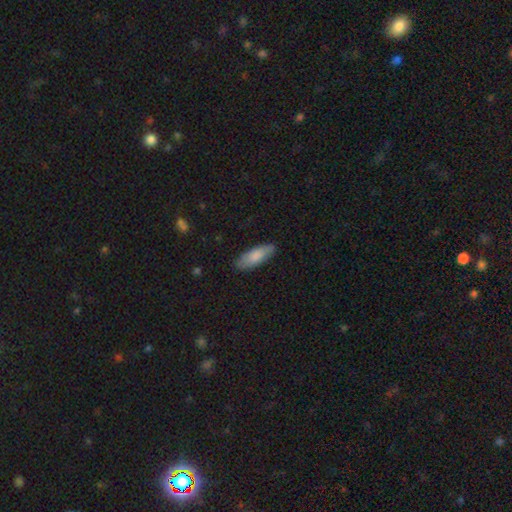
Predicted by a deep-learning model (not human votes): smooth 80%, featured or disk 14%, star or artifact 5%. Down the decision tree: how rounded — in between (64%); merging — none (83%).